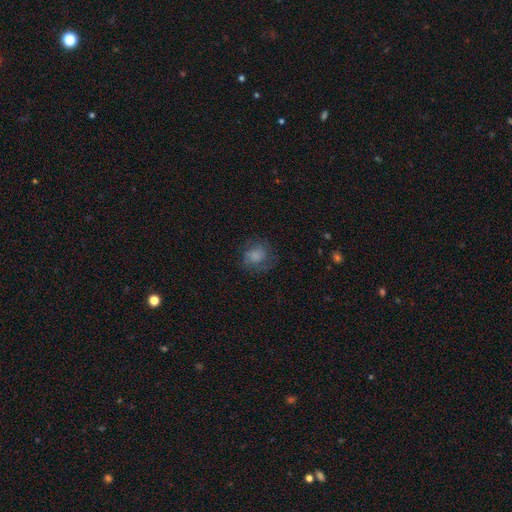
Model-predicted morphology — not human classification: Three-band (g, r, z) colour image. It shows a smooth galaxy with no disk features (64%) that is round (69%). Merging: none (64%).